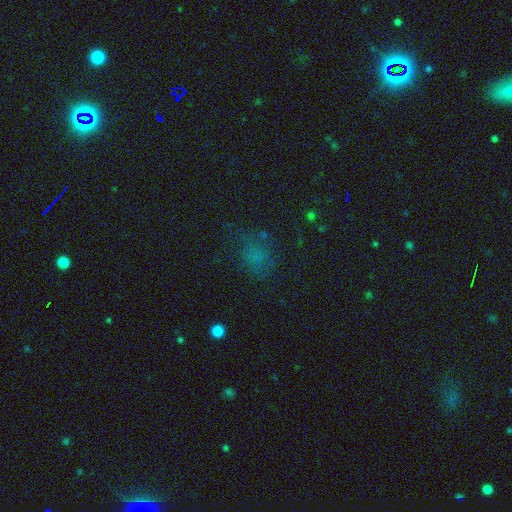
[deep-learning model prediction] Smooth or featured?
  - smooth: 56% *
  - star or artifact: 30%
  - featured or disk: 14%
How rounded?
  - in between: 51% *
  - round: 46%
  - cigar-shaped: 2%
Merging?
  - none: 58% *
  - minor disturbance: 22%
  - major disturbance: 17%
  - merger: 3%